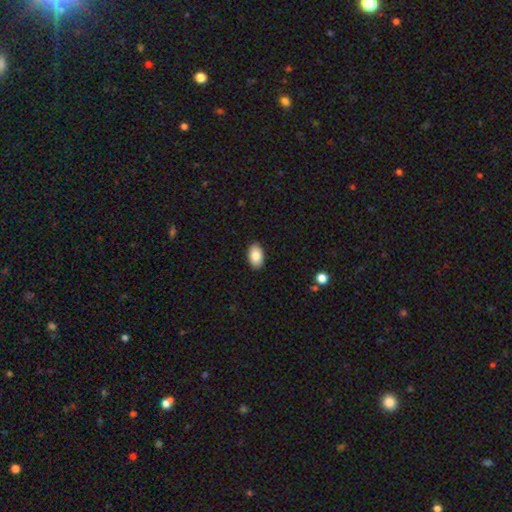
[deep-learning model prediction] smooth_or_featured: smooth (p=0.85) [alt: featured or disk p=0.08]
how_rounded: in between (p=0.93) [alt: round p=0.06]
merging: none (p=0.90) [alt: minor disturbance p=0.08]